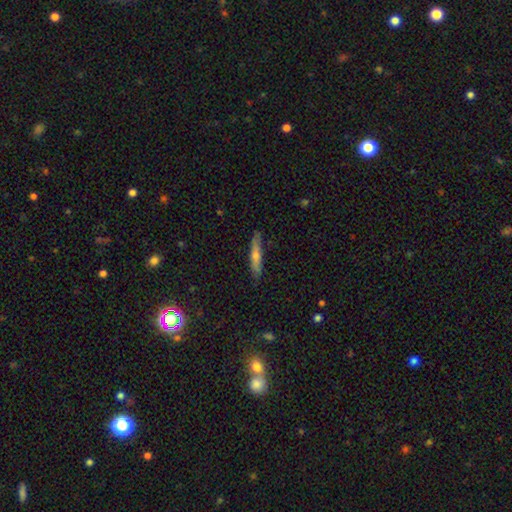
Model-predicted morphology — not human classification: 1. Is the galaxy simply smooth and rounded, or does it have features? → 47% featured or disk, 43% smooth, 10% star or artifact.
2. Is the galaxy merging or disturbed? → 86% none, 10% minor disturbance, 2% major disturbance, 1% merger.